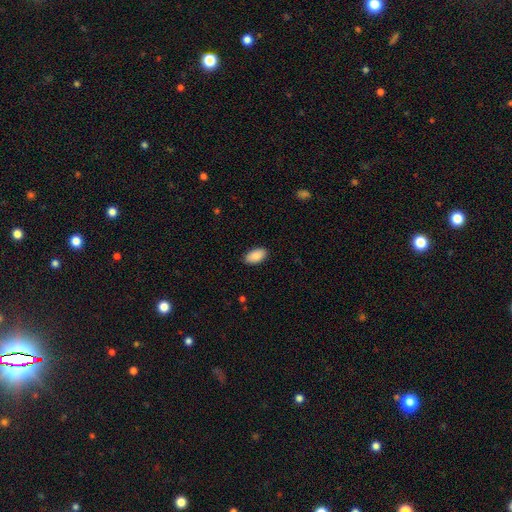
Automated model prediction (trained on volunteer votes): Overall: smooth (89%). How rounded: in between (95%). Merging: none (89%).